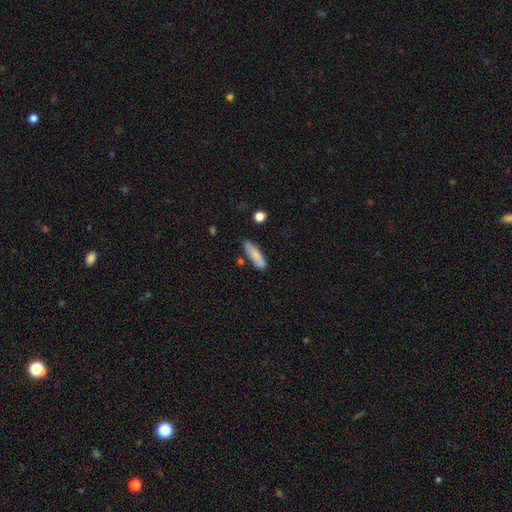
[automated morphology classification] Q: Smooth or featured?
A: smooth (83%); runner-up: featured or disk (11%)
Q: How rounded?
A: cigar-shaped (65%); runner-up: in between (33%)
Q: Merging?
A: none (75%); runner-up: minor disturbance (17%)